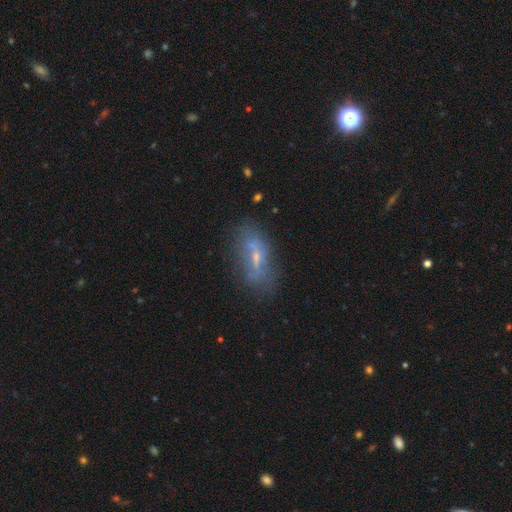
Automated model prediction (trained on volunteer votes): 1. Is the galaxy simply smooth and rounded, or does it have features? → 50% featured or disk, 38% smooth, 12% star or artifact.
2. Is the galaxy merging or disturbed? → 64% none, 21% minor disturbance, 10% major disturbance, 5% merger.